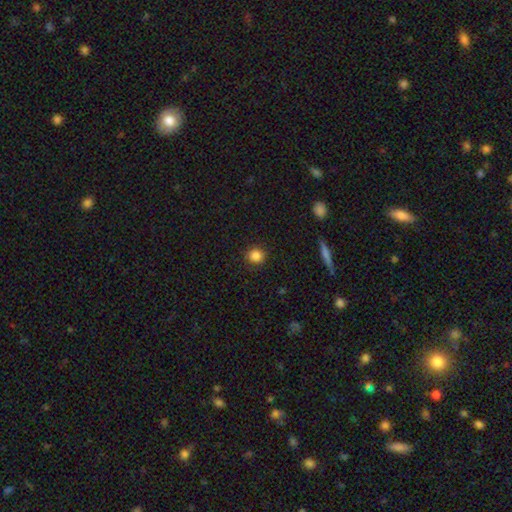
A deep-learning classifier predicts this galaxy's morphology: smooth-or-featured: smooth: 85% | star or artifact: 11% | featured or disk: 4%
  how-rounded: round: 88% | in between: 11% | cigar-shaped: 1%
  merging: none: 89% | minor disturbance: 8% | major disturbance: 2% | merger: 1%